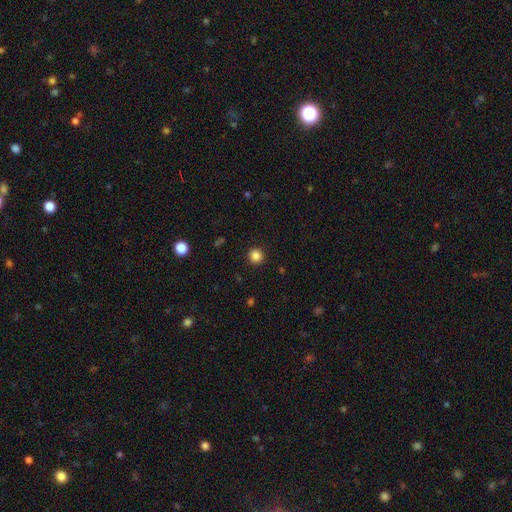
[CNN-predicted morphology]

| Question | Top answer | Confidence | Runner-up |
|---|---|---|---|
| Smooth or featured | smooth | 86% | star or artifact (11%) |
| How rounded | round | 95% | in between (4%) |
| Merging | none | 93% | minor disturbance (4%) |